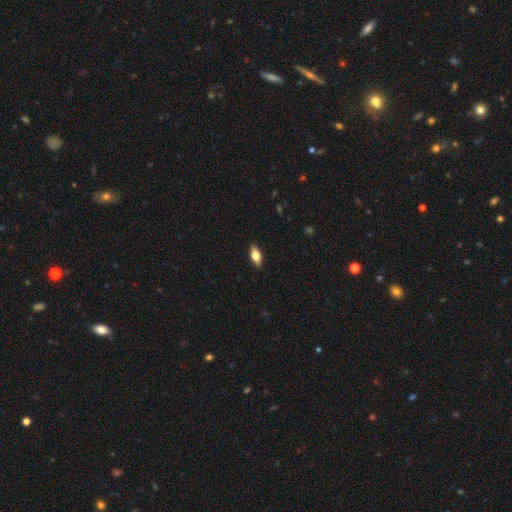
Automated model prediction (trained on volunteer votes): A smooth galaxy with no disk features (71%) that is in between round and cigar-shaped (85%). Merging: none (89%).